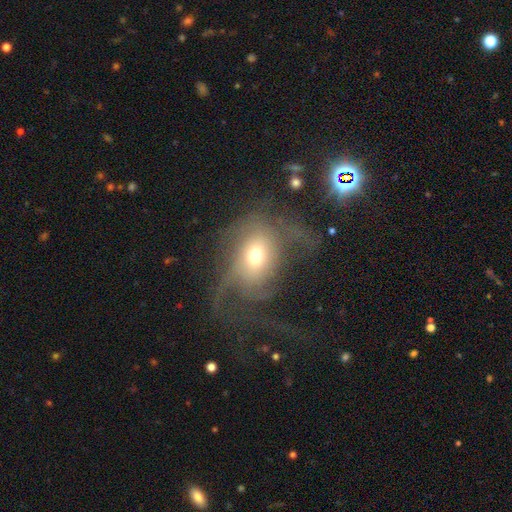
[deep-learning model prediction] Overall: featured or disk (51%; smooth 39%). Edge-on disk: no (94%). Merging: major disturbance (52%; none 30%).